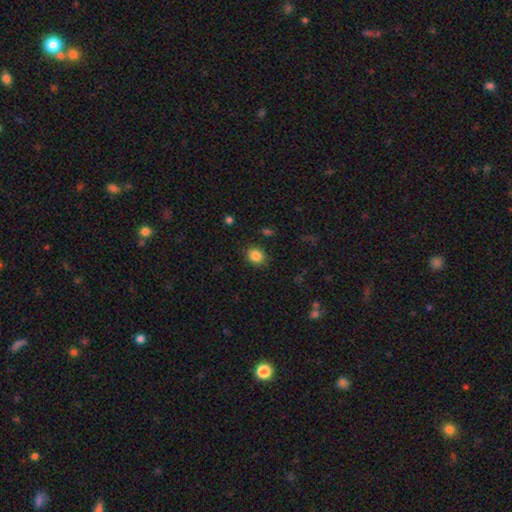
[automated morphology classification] Smooth or featured: smooth — 85% (star or artifact — 10%)
How rounded: round — 58% (in between — 41%)
Merging: none — 86% (minor disturbance — 10%)